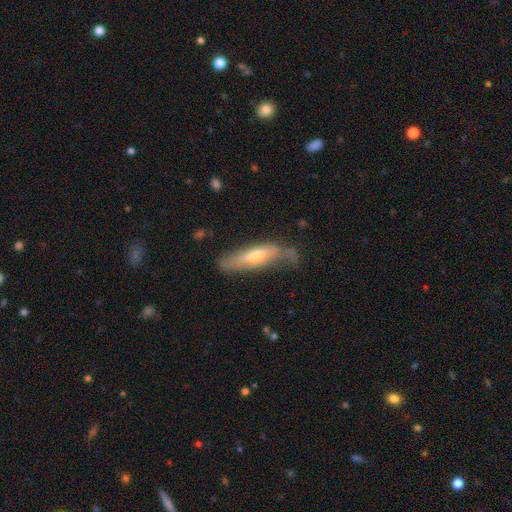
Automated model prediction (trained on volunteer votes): Smooth or featured: smooth — 47% (featured or disk — 46%)
Merging: none — 52% (minor disturbance — 31%)